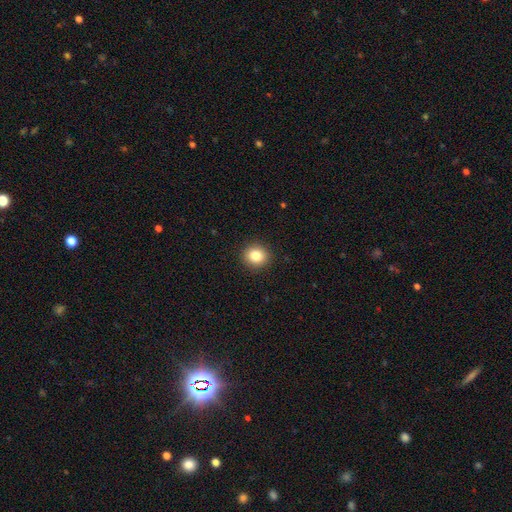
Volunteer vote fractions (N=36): Morphology: type=smooth (86%); roundness=round (90%); merging=none (97%).